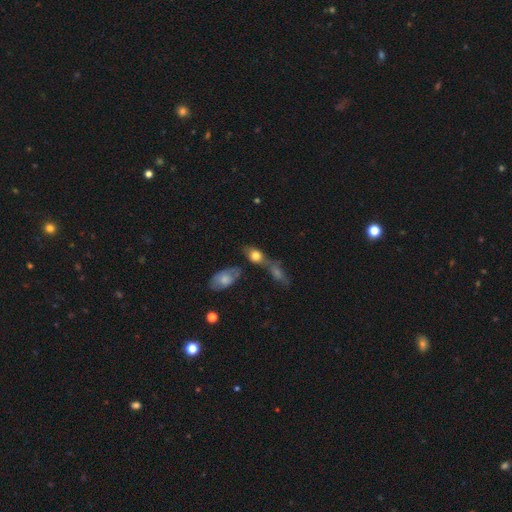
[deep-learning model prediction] Smooth or featured? smooth (71%)
How rounded? in between (69%)
Merging? merger (41%)